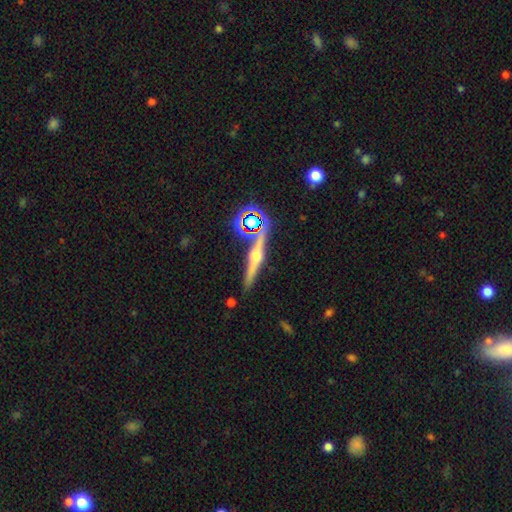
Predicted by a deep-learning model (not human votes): A featured or disk galaxy (74%) viewed edge-on (96%) with a rounded central bulge (95%). Merging: none (84%).